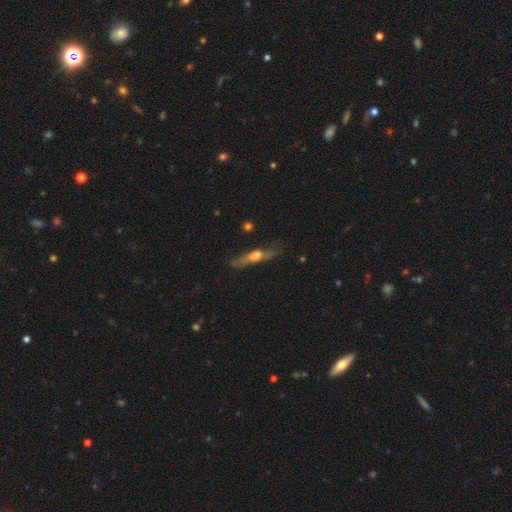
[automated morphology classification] This is possibly a featured or disk galaxy (54%). It is clearly viewed edge-on (89%). Merging: likely none (67%).